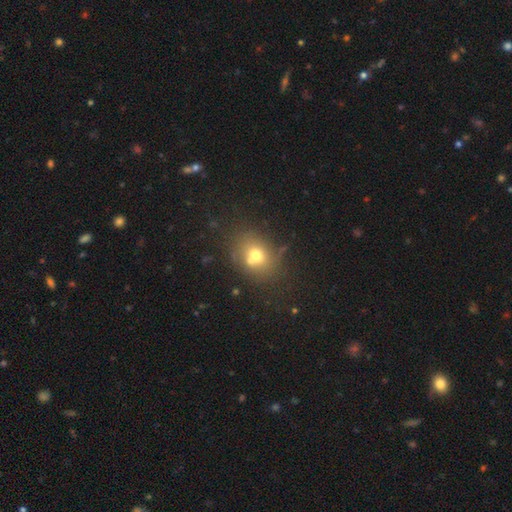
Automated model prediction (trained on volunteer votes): A smooth galaxy with no disk features (65%) that is round (56%). Merging: none (57%).